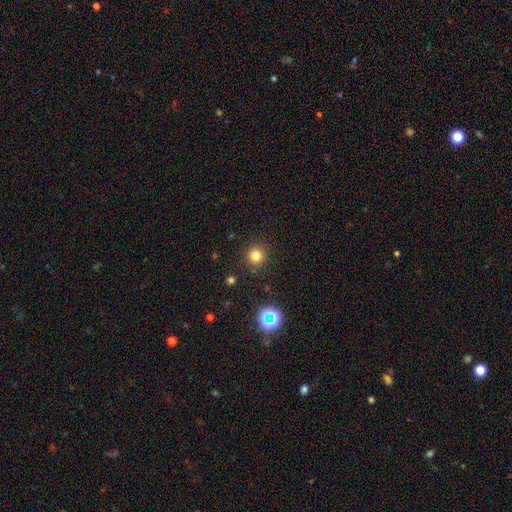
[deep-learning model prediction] Morphology: type=smooth (77%); roundness=round (94%); merging=none (90%).